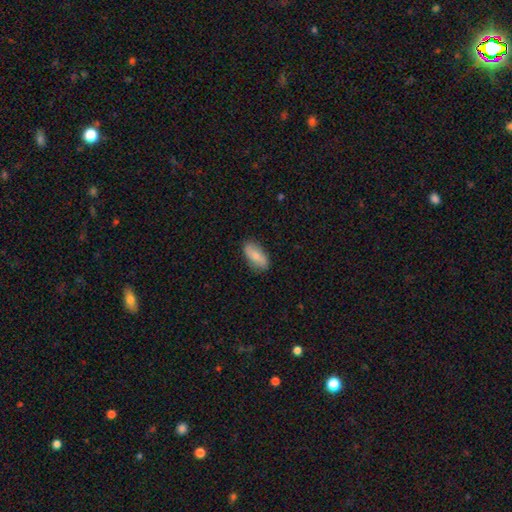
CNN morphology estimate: type=smooth (74%); roundness=in between (89%); merging=none (83%).